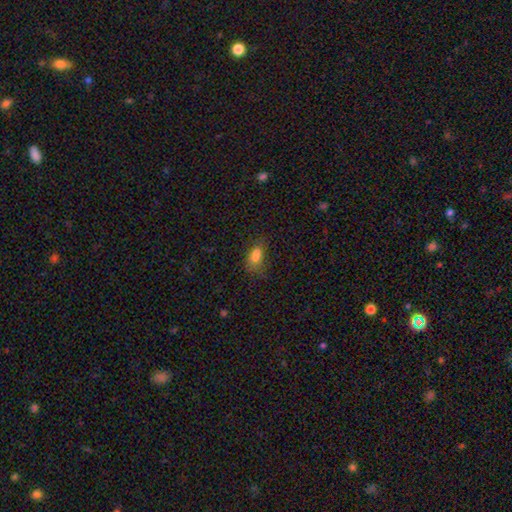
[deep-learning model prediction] The model was most divided on "merging": none: 44%, minor disturbance: 26%, major disturbance: 16%, merger: 14%. More confident: how rounded — in between (80%); smooth or featured — smooth (74%).